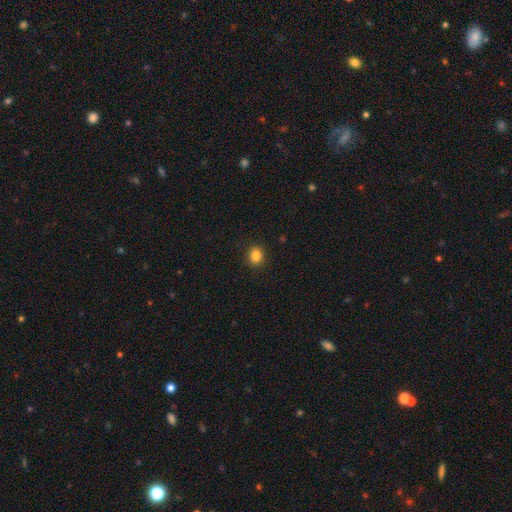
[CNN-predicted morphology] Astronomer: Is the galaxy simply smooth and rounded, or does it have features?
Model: smooth — 84%.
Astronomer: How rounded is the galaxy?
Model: round — 78%.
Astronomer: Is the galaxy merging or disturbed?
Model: none — 91%.